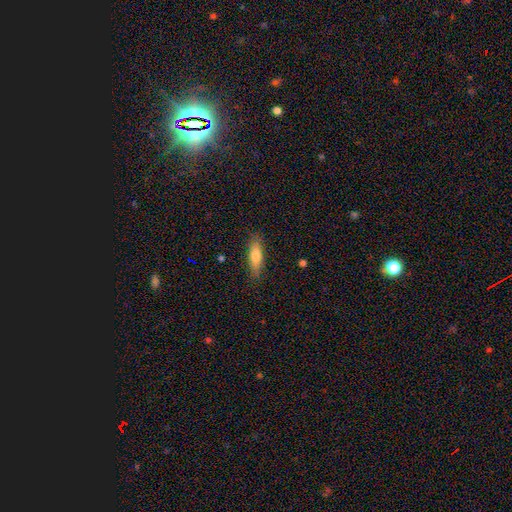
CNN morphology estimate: Overall: smooth (72%). How rounded: cigar-shaped (59%; in between 39%). Merging: none (86%).